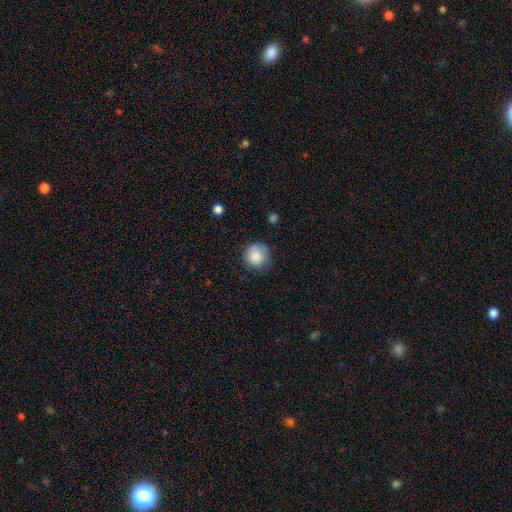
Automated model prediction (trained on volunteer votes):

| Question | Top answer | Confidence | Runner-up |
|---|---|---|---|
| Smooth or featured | smooth | 86% | star or artifact (8%) |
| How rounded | round | 91% | in between (8%) |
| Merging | none | 71% | minor disturbance (22%) |